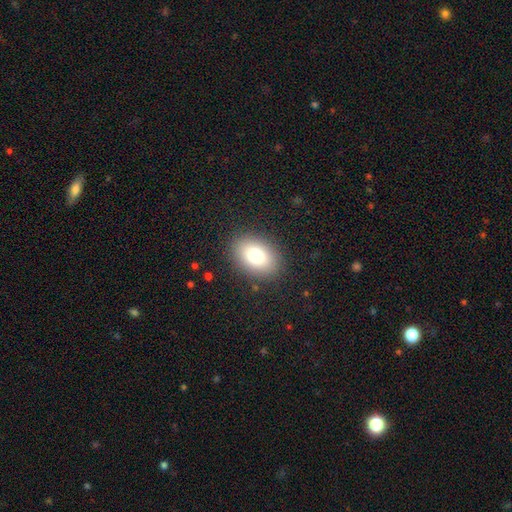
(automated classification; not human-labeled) smooth_or_featured: smooth (p=0.77) [alt: featured or disk p=0.12]
how_rounded: in between (p=0.76) [alt: round p=0.22]
merging: none (p=0.87) [alt: minor disturbance p=0.09]